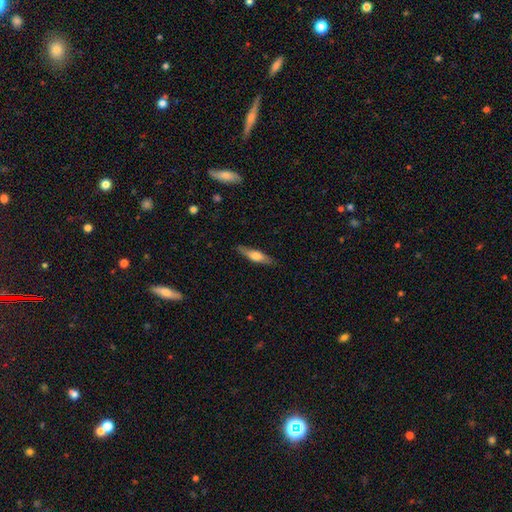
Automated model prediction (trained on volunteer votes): A smooth galaxy with no disk features (57%) that is cigar-shaped (70%). Merging: none (85%).